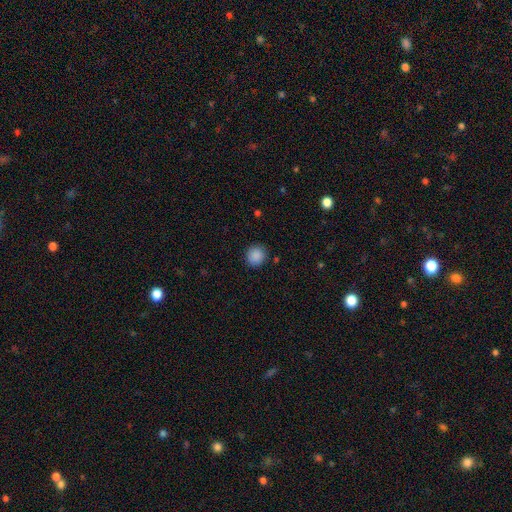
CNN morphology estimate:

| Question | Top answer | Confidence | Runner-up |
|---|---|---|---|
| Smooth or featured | smooth | 88% | star or artifact (9%) |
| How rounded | round | 88% | in between (11%) |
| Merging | none | 89% | minor disturbance (7%) |